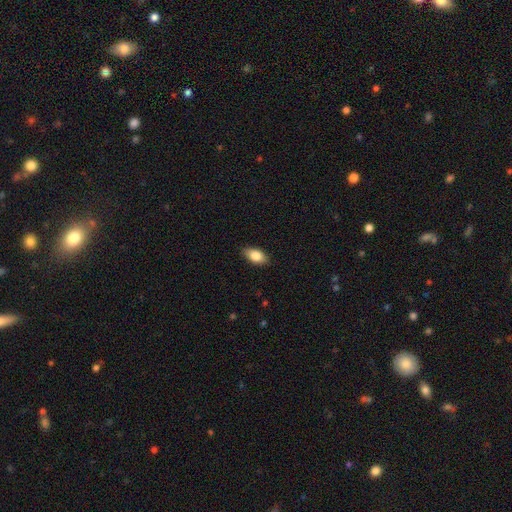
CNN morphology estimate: type=smooth (81%); roundness=in between (90%); merging=none (87%).